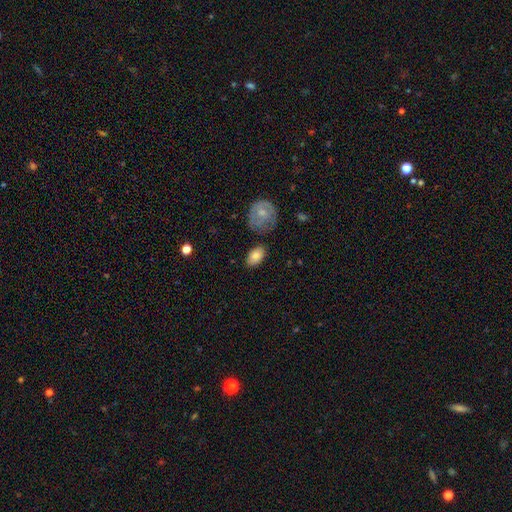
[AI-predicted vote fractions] This is likely a smooth galaxy (79%). How rounded: clearly in between (88%). Merging: likely none (77%).